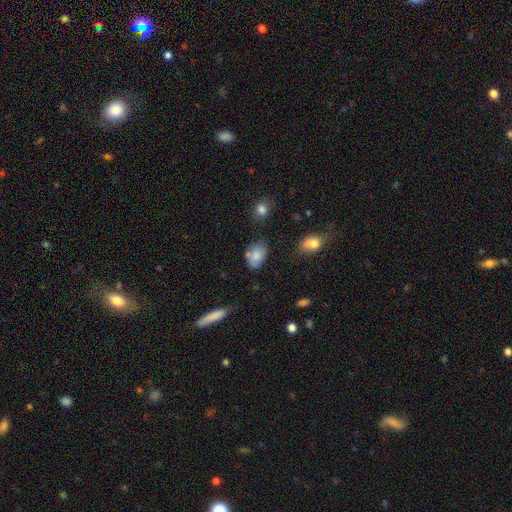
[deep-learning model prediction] Smooth or featured: smooth — 80% (featured or disk — 12%)
How rounded: in between — 82% (round — 17%)
Merging: none — 58% (minor disturbance — 26%)